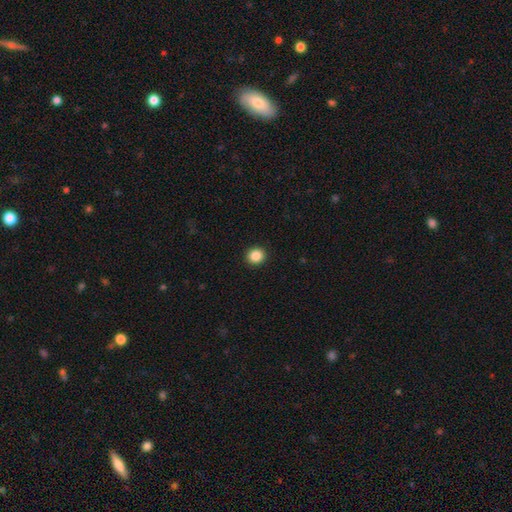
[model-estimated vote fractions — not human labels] Smooth or featured? smooth (87%)
How rounded? round (90%)
Merging? none (93%)